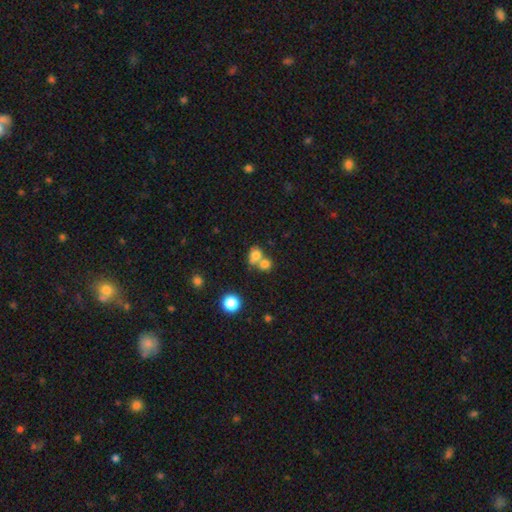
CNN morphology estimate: smooth-or-featured: smooth: 75% | star or artifact: 13% | featured or disk: 12%
  how-rounded: round: 61% | in between: 38% | cigar-shaped: 1%
  merging: merger: 57% | none: 32% | minor disturbance: 7% | major disturbance: 4%